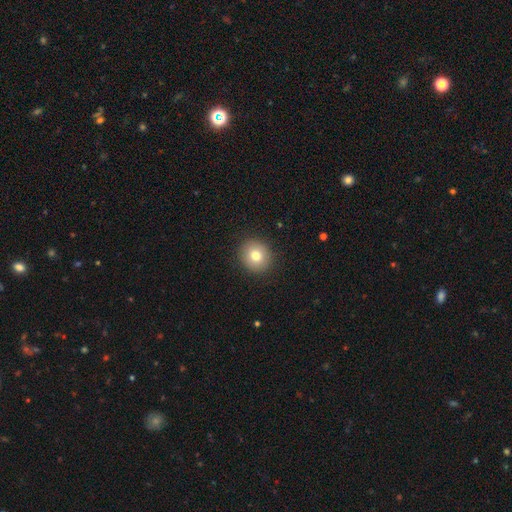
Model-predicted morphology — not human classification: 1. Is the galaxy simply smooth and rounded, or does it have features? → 78% smooth, 11% featured or disk, 11% star or artifact.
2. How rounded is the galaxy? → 86% round, 13% in between, 1% cigar-shaped.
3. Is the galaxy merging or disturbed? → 91% none, 6% minor disturbance, 2% major disturbance, 1% merger.